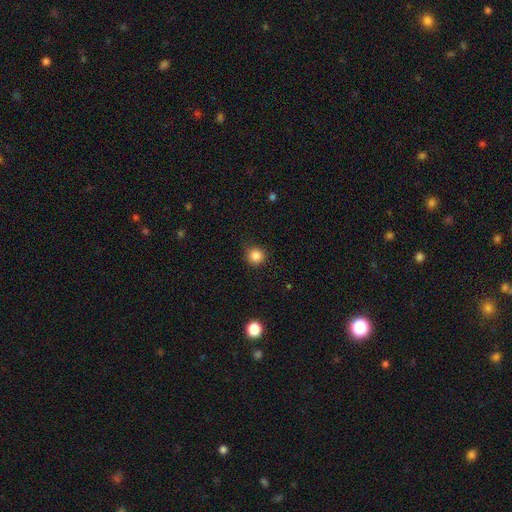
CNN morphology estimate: Smooth or featured? Predicted: smooth (p=0.85). How rounded? Predicted: round (p=0.93). Merging? Predicted: none (p=0.84).